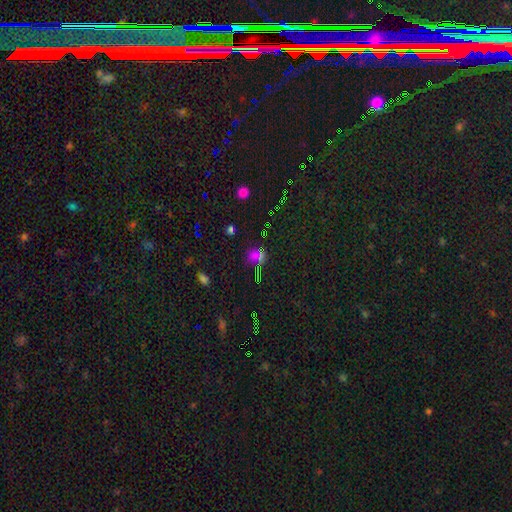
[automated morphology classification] This appears to be a star or artifact, not a galaxy (53%).